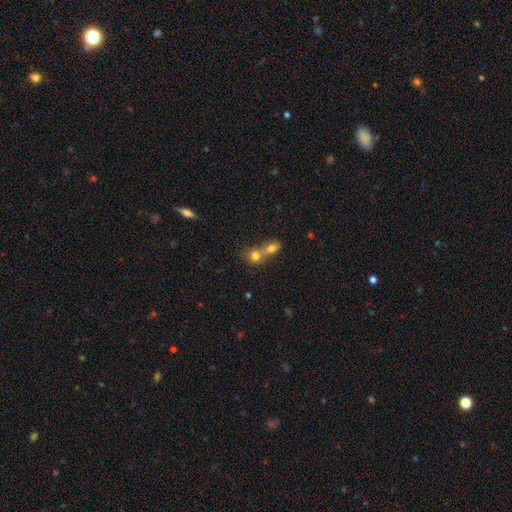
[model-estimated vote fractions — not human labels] Overall: smooth (75%). How rounded: round (68%; in between 29%). Merging: merger (69%).